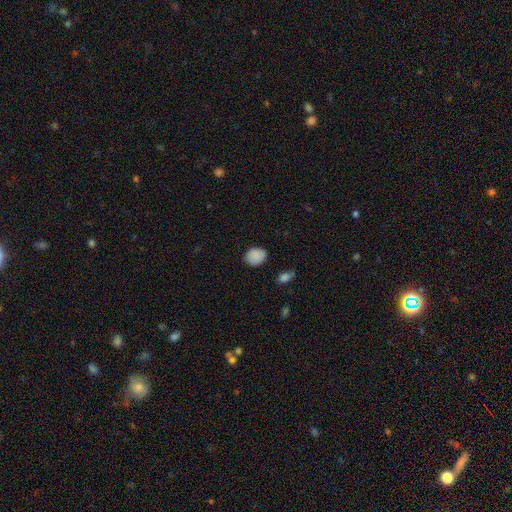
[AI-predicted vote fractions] The model was most divided on "how rounded": in between: 52%, round: 47%, cigar-shaped: 1%. More confident: smooth or featured — smooth (88%); merging — none (81%).